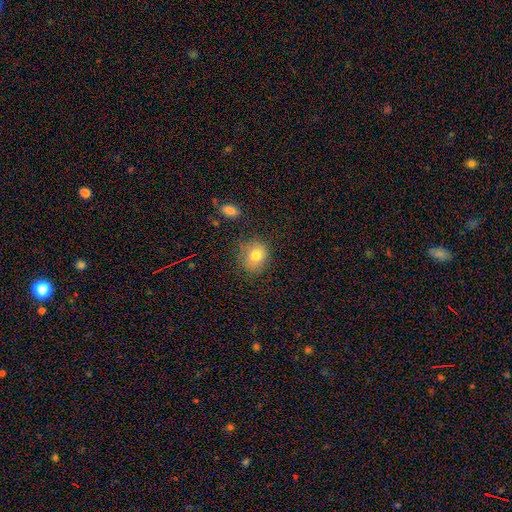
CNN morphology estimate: A smooth galaxy with no disk features (78%) that is round (72%). Merging: none (75%).